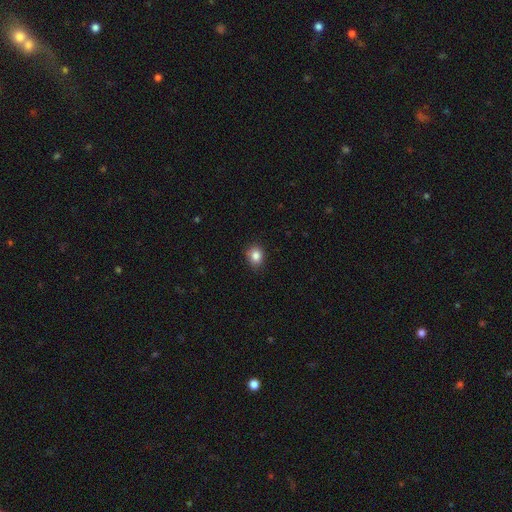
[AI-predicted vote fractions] smooth 85%, star or artifact 10%, featured or disk 5%. Down the decision tree: how rounded — round (59%); merging — none (85%).